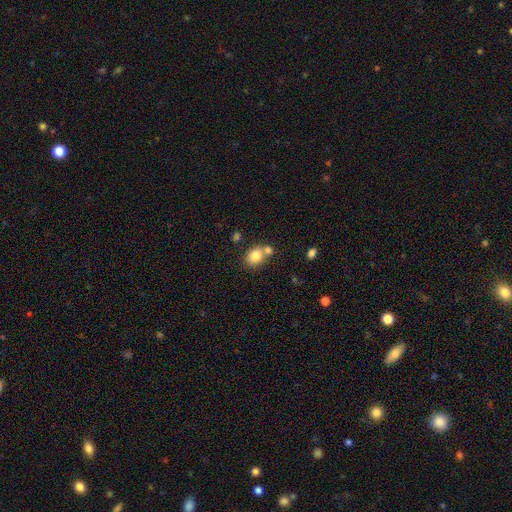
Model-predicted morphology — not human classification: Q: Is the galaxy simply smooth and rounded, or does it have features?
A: smooth — 81%.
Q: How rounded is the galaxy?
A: round — 56%.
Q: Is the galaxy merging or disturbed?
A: none — 51%.